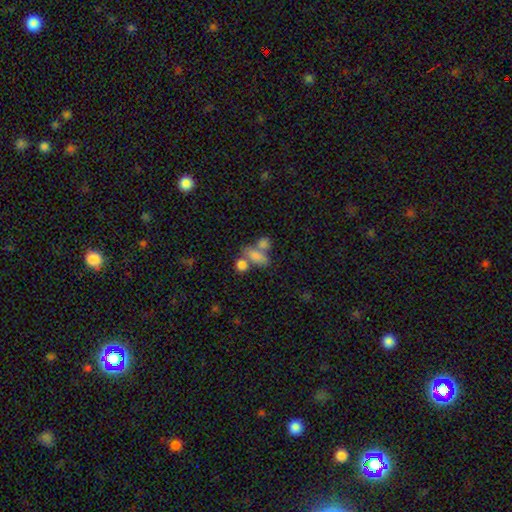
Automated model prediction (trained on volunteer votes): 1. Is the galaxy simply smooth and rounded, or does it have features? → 73% smooth, 16% featured or disk, 12% star or artifact.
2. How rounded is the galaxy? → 78% in between, 16% round, 6% cigar-shaped.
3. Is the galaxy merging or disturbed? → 49% merger, 31% none, 11% minor disturbance, 9% major disturbance.